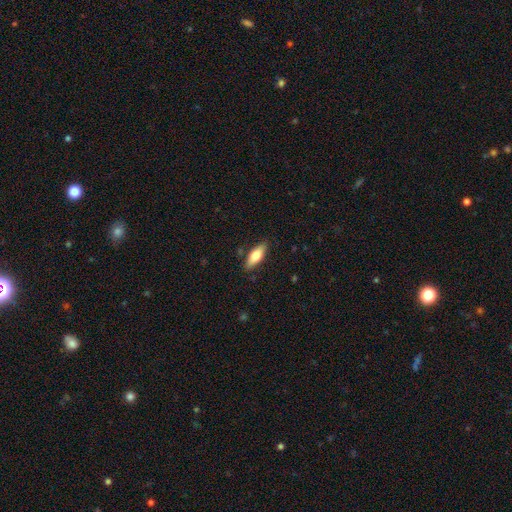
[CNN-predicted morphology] Q: Smooth or featured?
A: smooth (71%); runner-up: featured or disk (23%)
Q: How rounded?
A: in between (66%); runner-up: cigar-shaped (31%)
Q: Merging?
A: none (85%); runner-up: minor disturbance (11%)